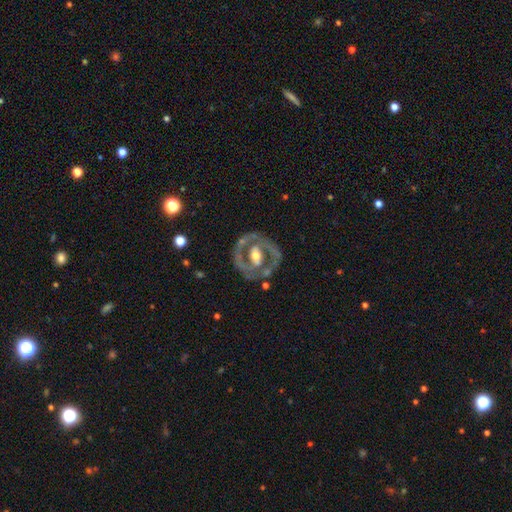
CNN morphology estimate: This appears to be a featured or disk galaxy (75%) with no bar (45%), no spiral arms (58%) and a moderate central bulge (65%). Merging: none (69%).